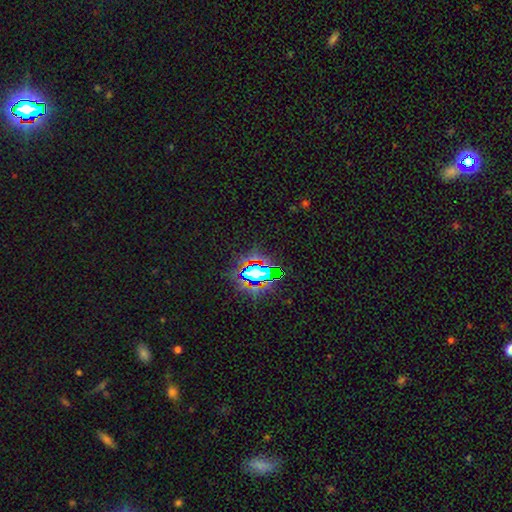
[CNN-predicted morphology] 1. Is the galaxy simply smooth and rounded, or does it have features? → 74% star or artifact, 17% smooth, 9% featured or disk.